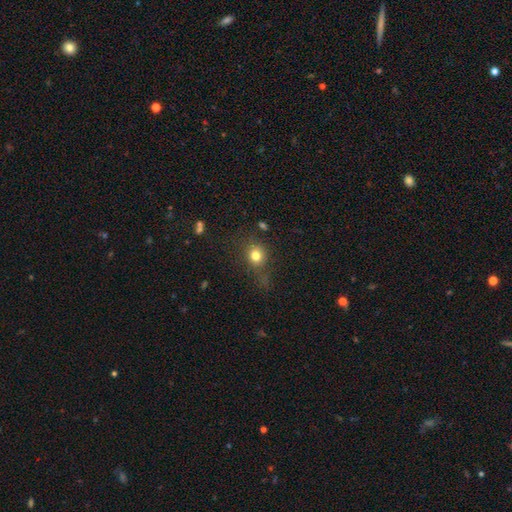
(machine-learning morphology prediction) type=smooth (77%); roundness=round (77%); merging=none (65%).